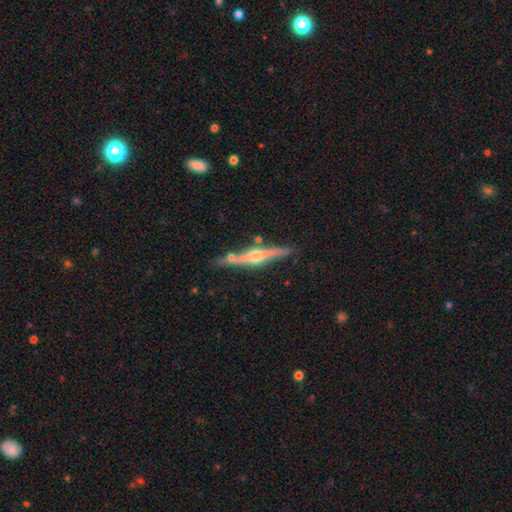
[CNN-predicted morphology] Overall: featured or disk (81%). Edge-on disk: yes (98%). Edge-on bulge: rounded (94%). Merging: none (81%).